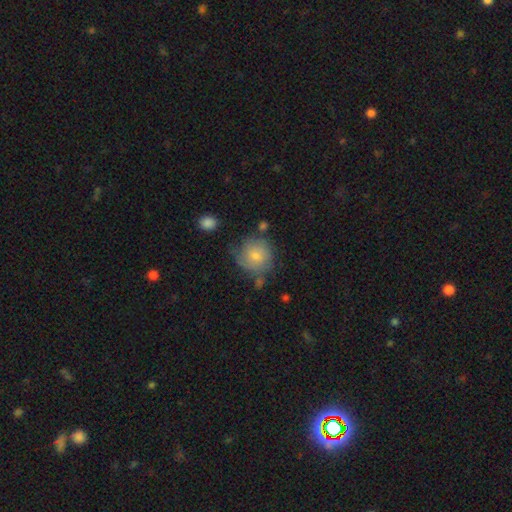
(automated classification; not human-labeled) smooth_or_featured: smooth (p=0.72) [alt: featured or disk p=0.20]
how_rounded: round (p=0.87) [alt: in between p=0.12]
merging: none (p=0.56) [alt: minor disturbance p=0.26]